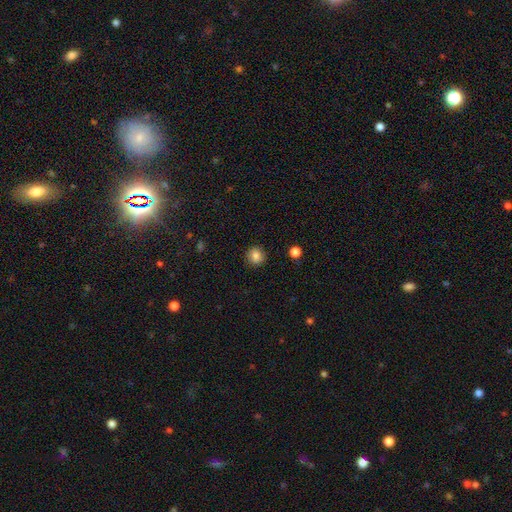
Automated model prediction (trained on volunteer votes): Smooth or featured? Predicted: smooth (p=0.83). How rounded? Predicted: round (p=0.91). Merging? Predicted: none (p=0.91).